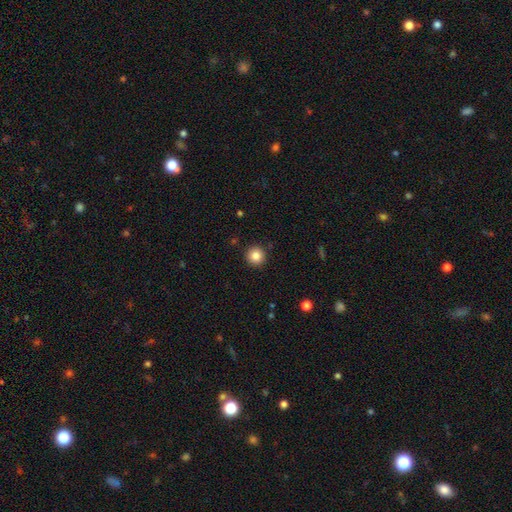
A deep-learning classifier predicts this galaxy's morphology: smooth 85%, star or artifact 10%, featured or disk 5%. Down the decision tree: how rounded — round (95%); merging — none (92%).